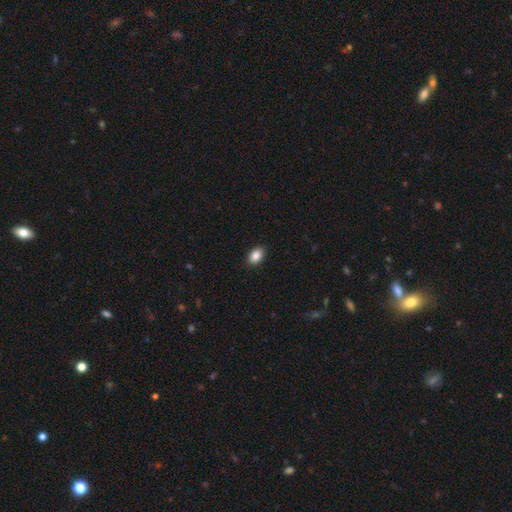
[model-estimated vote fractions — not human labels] Smooth or featured?
  - smooth: 87% *
  - star or artifact: 8%
  - featured or disk: 5%
How rounded?
  - in between: 87% *
  - round: 12%
  - cigar-shaped: 1%
Merging?
  - none: 90% *
  - minor disturbance: 7%
  - major disturbance: 2%
  - merger: 1%